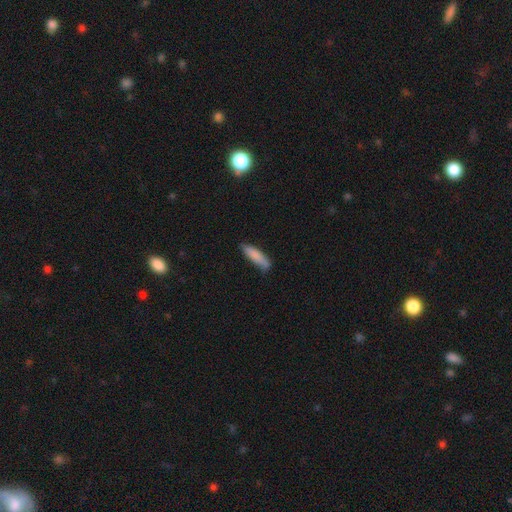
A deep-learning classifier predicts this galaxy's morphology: Smooth or featured: smooth — 84% (featured or disk — 11%)
How rounded: cigar-shaped — 72% (in between — 26%)
Merging: none — 74% (minor disturbance — 21%)